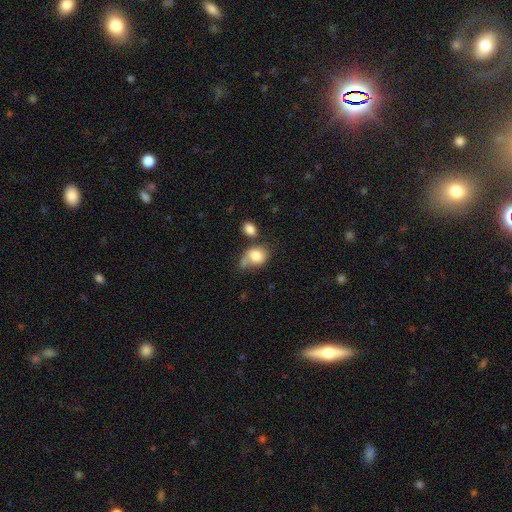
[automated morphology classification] This appears to be a smooth galaxy with no disk features (80%) that is round (51%). Merging: none (34%).